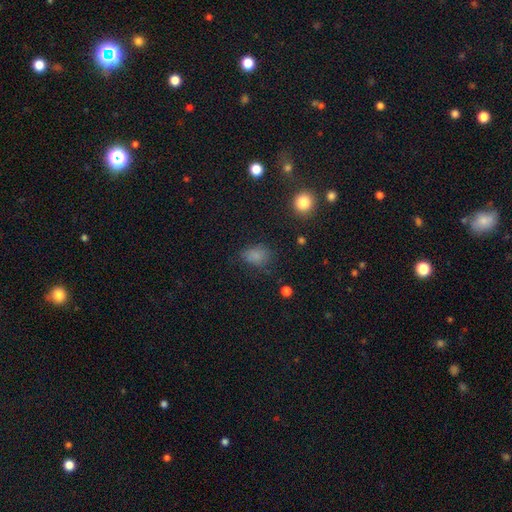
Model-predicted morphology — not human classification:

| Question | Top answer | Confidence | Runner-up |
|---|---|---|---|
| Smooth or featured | smooth | 77% | star or artifact (16%) |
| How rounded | in between | 70% | round (28%) |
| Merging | none | 64% | minor disturbance (25%) |